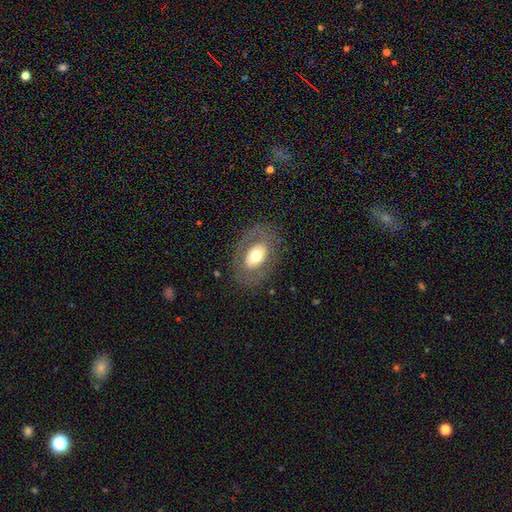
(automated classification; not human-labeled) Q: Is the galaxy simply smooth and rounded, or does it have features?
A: smooth — 50%.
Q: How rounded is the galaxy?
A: in between — 79%.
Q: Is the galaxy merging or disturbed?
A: none — 79%.